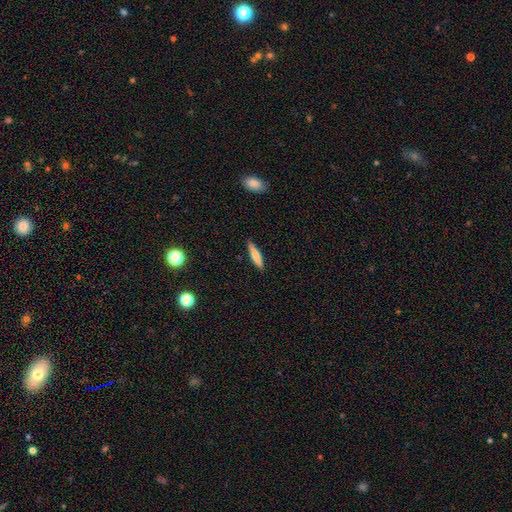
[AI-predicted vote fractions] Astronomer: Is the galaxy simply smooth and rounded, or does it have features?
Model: smooth — 76%.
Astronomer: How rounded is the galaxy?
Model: cigar-shaped — 83%.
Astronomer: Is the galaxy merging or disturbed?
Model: none — 87%.